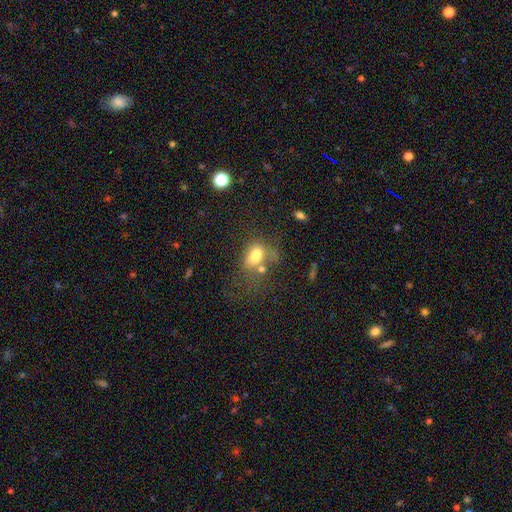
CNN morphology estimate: Smooth or featured?
  - smooth: 67% *
  - featured or disk: 19%
  - star or artifact: 14%
How rounded?
  - in between: 78% *
  - round: 20%
  - cigar-shaped: 2%
Merging?
  - merger: 32% *
  - none: 27%
  - major disturbance: 24%
  - minor disturbance: 18%